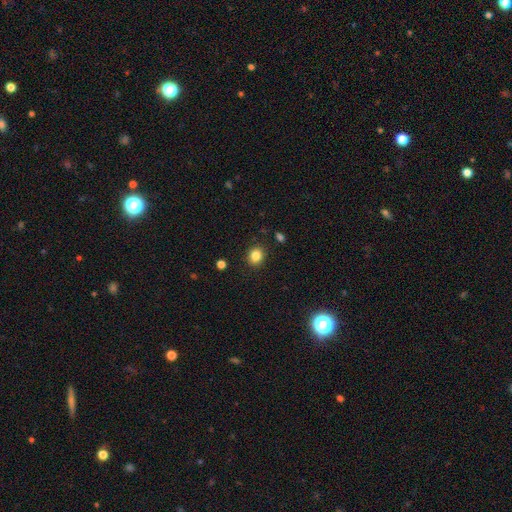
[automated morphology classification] A smooth galaxy with no disk features (84%) that is round (76%). Merging: none (89%).